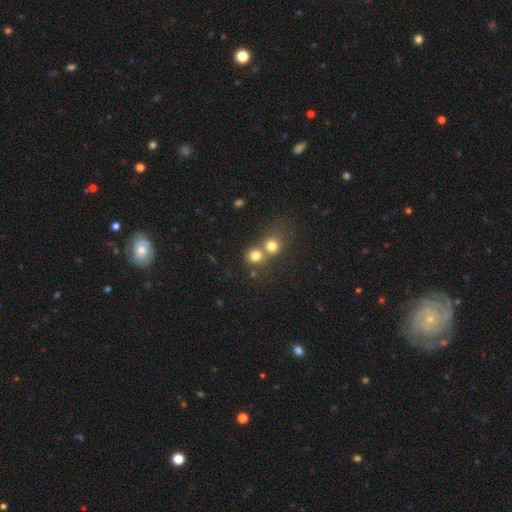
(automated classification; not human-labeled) A smooth galaxy with no disk features (77%) that is round (85%).

Vote fractions:
- Smooth or featured? smooth: 77% / star or artifact: 14% / featured or disk: 10%
- How rounded? round: 85% / in between: 15% / cigar-shaped: 1%
- Merging? merger: 48% / none: 43% / minor disturbance: 6% / major disturbance: 3%